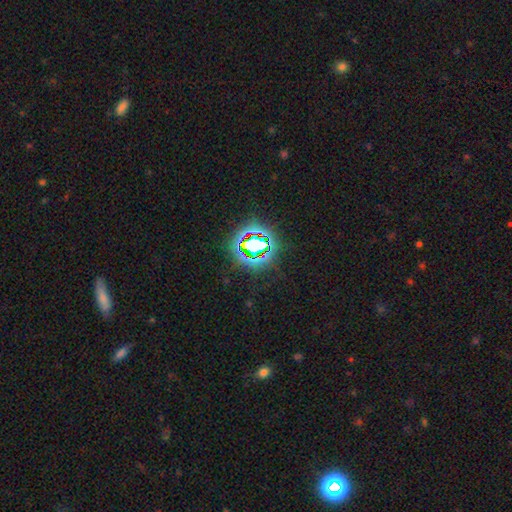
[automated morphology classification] This is likely a star or artifact rather than a galaxy (77%).